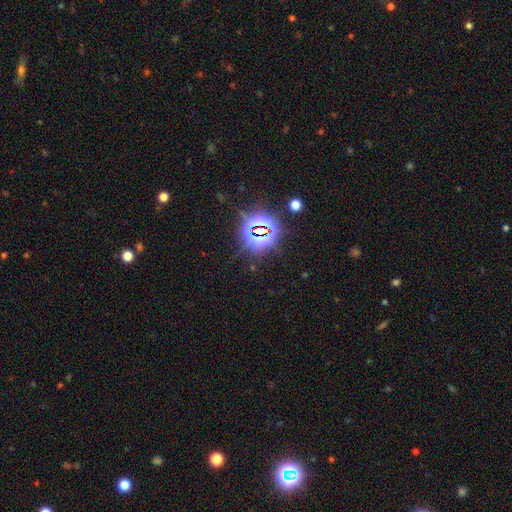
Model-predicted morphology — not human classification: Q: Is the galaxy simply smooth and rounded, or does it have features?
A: star or artifact — 82%.